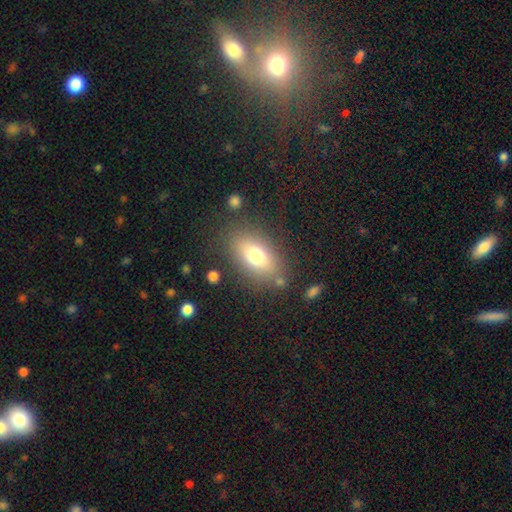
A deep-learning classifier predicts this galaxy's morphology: Overall: smooth (72%). How rounded: in between (84%). Merging: none (79%).